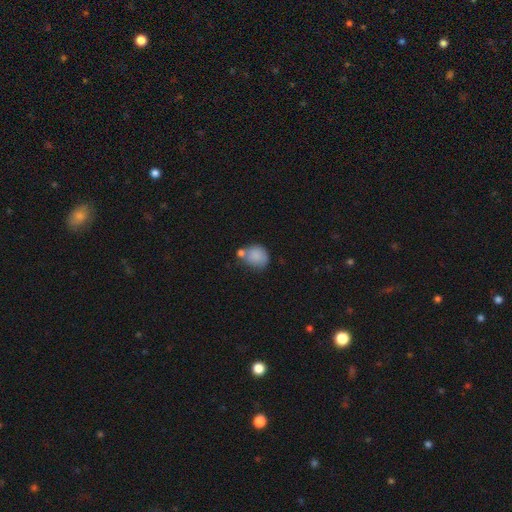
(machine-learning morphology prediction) The model was most divided on "merging": none: 44%, merger: 29%, minor disturbance: 20%, major disturbance: 7%. More confident: smooth or featured — smooth (83%); how rounded — round (65%).